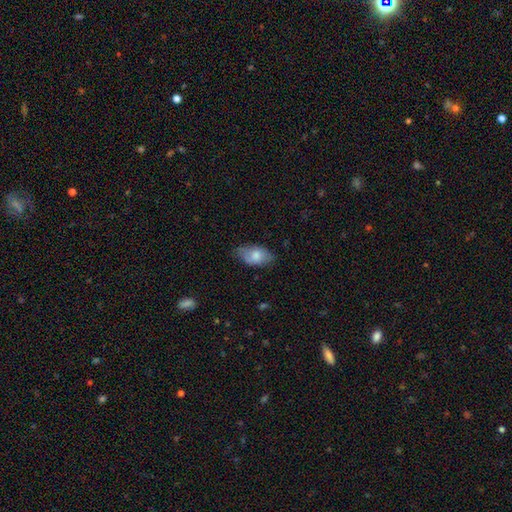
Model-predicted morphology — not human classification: A smooth galaxy with no disk features (74%) that is in between round and cigar-shaped (92%). Merging: none (67%).